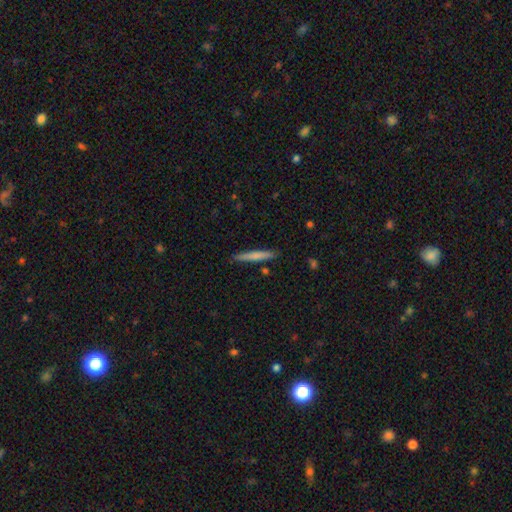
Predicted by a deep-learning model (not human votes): smooth_or_featured: smooth (p=0.70) [alt: featured or disk p=0.24]
how_rounded: cigar-shaped (p=0.95) [alt: in between p=0.03]
merging: none (p=0.89) [alt: minor disturbance p=0.08]